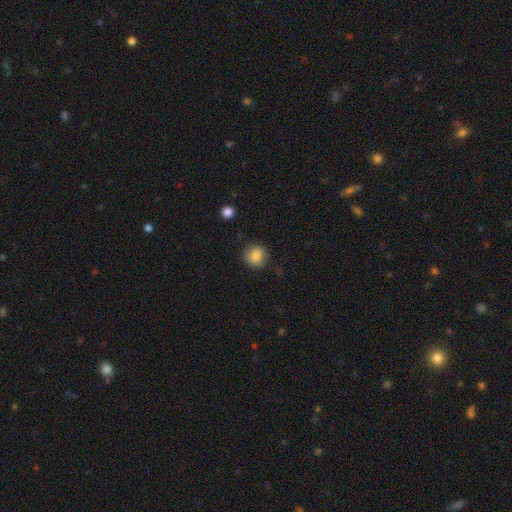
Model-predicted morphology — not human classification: A smooth galaxy with no disk features (85%) that is round (90%).

Vote fractions:
- Smooth or featured? smooth: 85% / star or artifact: 10% / featured or disk: 5%
- How rounded? round: 90% / in between: 9% / cigar-shaped: 1%
- Merging? none: 88% / minor disturbance: 9% / major disturbance: 3% / merger: 1%